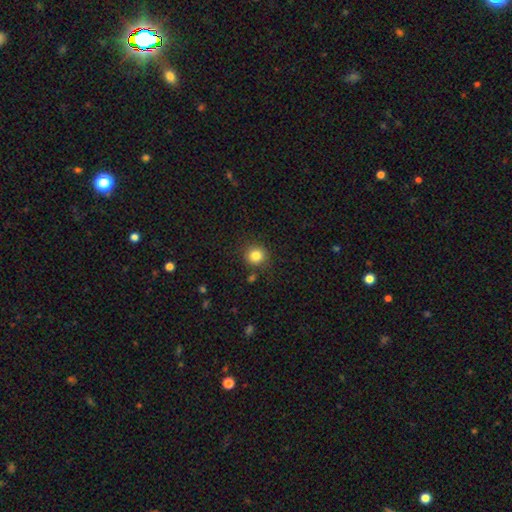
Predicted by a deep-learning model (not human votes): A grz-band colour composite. It shows a smooth galaxy with no disk features (84%) that is round (91%). Merging: none (87%).